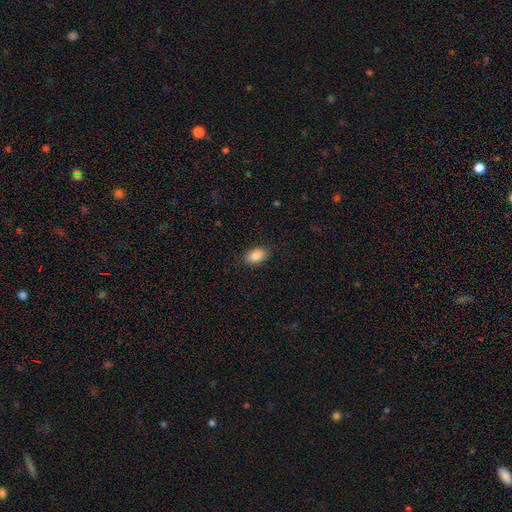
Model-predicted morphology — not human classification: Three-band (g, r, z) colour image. It shows a smooth galaxy with no disk features (88%) that is in between round and cigar-shaped (88%). Merging: none (86%).